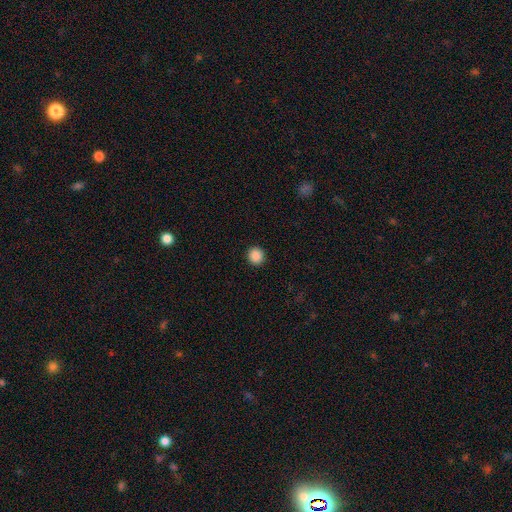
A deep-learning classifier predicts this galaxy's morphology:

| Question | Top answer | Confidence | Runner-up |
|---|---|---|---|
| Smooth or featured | smooth | 88% | star or artifact (9%) |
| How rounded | round | 91% | in between (8%) |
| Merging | none | 93% | minor disturbance (5%) |